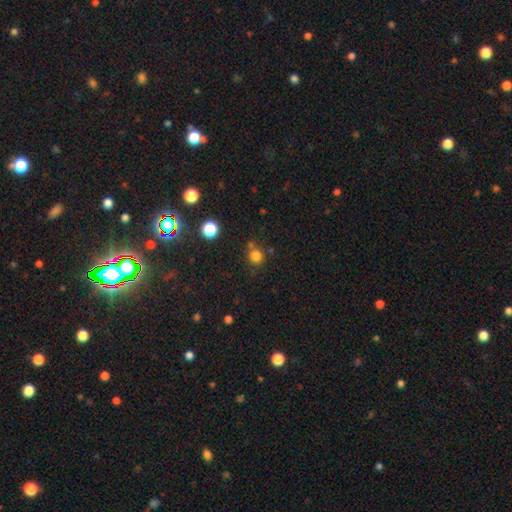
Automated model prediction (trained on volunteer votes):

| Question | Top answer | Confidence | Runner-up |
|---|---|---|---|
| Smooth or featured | smooth | 79% | star or artifact (15%) |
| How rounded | round | 87% | in between (12%) |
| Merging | none | 70% | merger (13%) |